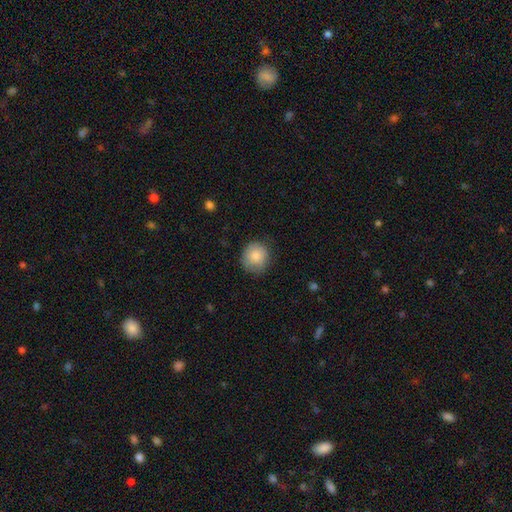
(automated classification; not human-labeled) This appears to be a smooth galaxy with no disk features (85%) that is round (87%). Merging: none (76%).